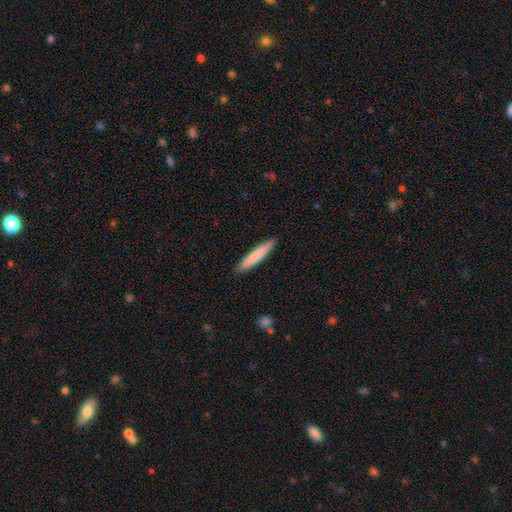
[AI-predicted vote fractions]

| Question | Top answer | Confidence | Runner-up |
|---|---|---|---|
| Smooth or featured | smooth | 79% | featured or disk (16%) |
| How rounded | cigar-shaped | 93% | in between (6%) |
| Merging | none | 91% | minor disturbance (7%) |